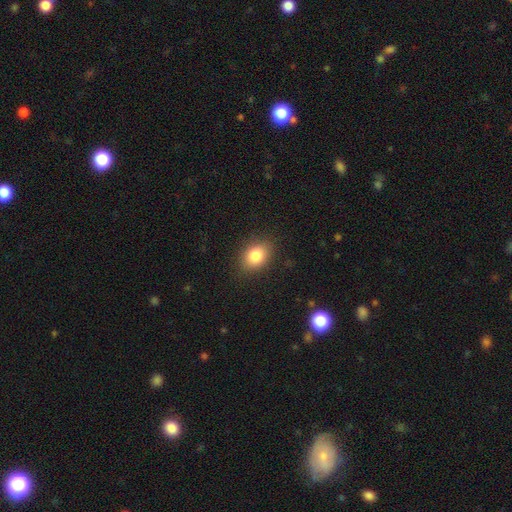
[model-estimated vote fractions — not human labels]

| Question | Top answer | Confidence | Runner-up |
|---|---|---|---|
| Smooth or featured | smooth | 83% | star or artifact (9%) |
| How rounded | in between | 70% | round (28%) |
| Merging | none | 86% | minor disturbance (10%) |